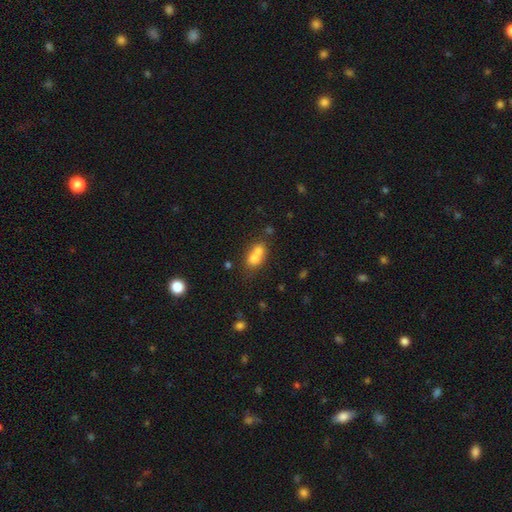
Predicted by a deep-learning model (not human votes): Overall: smooth (68%). How rounded: in between (50%; round 47%). Merging: merger (64%; none 24%).